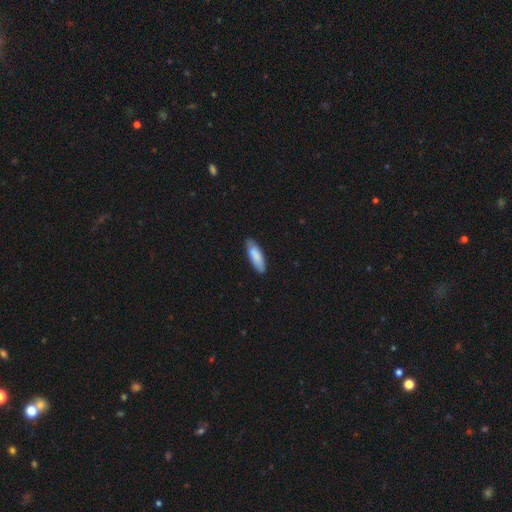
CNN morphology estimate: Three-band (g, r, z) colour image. It shows a smooth galaxy with no disk features (85%) that is in between round and cigar-shaped (53%). Merging: none (82%).